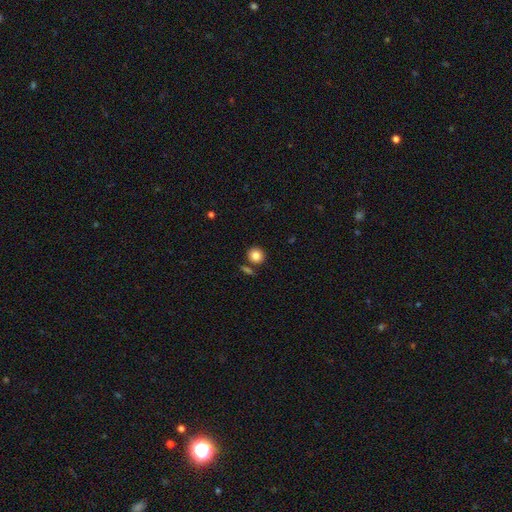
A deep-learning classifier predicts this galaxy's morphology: Smooth or featured? Predicted: smooth (p=0.83). How rounded? Predicted: round (p=0.88). Merging? Predicted: none (p=0.80).